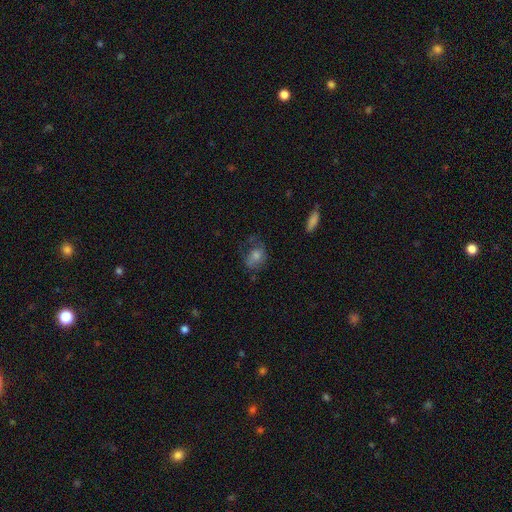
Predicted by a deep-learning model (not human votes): Smooth or featured? Predicted: smooth (p=0.51). How rounded? Predicted: in between (p=0.59). Merging? Predicted: none (p=0.50).